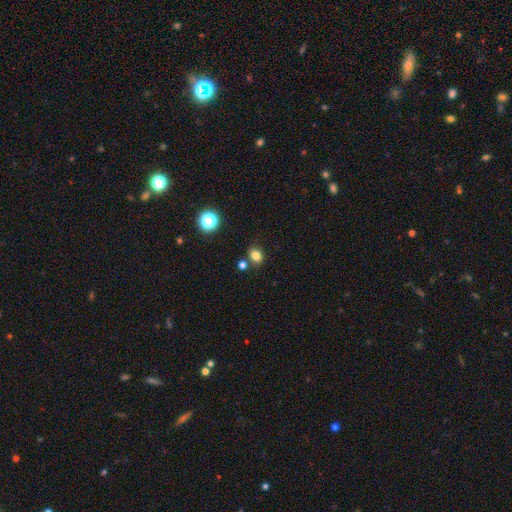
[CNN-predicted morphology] Smooth or featured?
  - smooth: 80% *
  - star or artifact: 14%
  - featured or disk: 6%
How rounded?
  - round: 58% *
  - in between: 41%
  - cigar-shaped: 1%
Merging?
  - none: 74% *
  - minor disturbance: 13%
  - merger: 10%
  - major disturbance: 3%